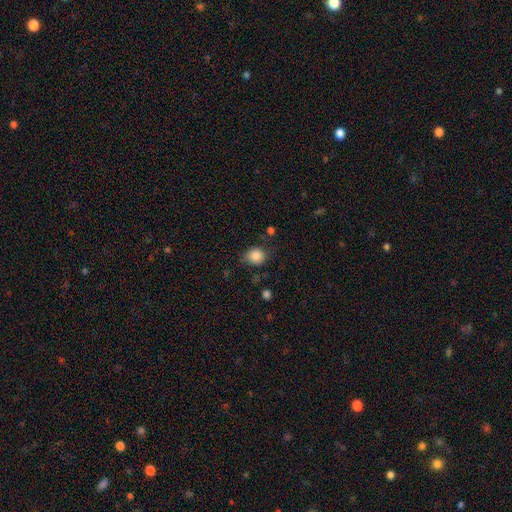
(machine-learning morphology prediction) smooth_or_featured: smooth (p=0.84) [alt: star or artifact p=0.09]
how_rounded: round (p=0.77) [alt: in between p=0.22]
merging: none (p=0.66) [alt: minor disturbance p=0.24]